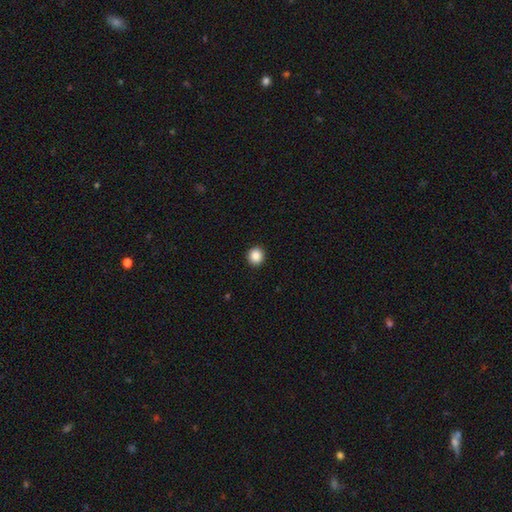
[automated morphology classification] smooth 88%, star or artifact 9%, featured or disk 3%. Down the decision tree: how rounded — round (90%); merging — none (93%).